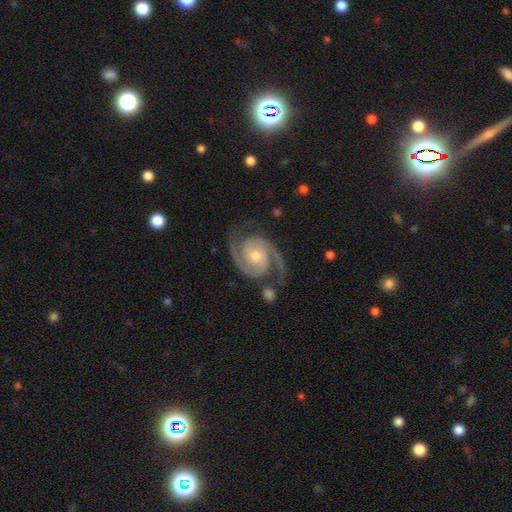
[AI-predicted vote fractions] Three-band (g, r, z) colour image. It shows a featured or disk galaxy (94%) with no bar (65%), 2 (94%) medium (48%) spiral arms (99%) and a moderate central bulge (52%). Merging: none (80%).